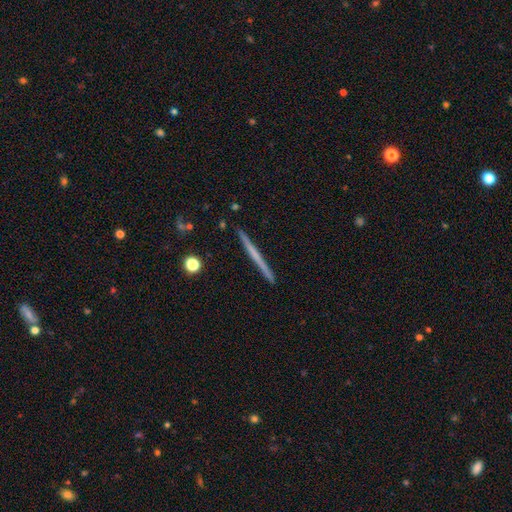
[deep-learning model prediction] smooth_or_featured: featured or disk (p=0.57) [alt: smooth p=0.38]
disk_edge_on: yes (p=0.98) [alt: no p=0.02]
edge_on_bulge: none (p=0.84) [alt: rounded p=0.11]
merging: none (p=0.92) [alt: minor disturbance p=0.06]